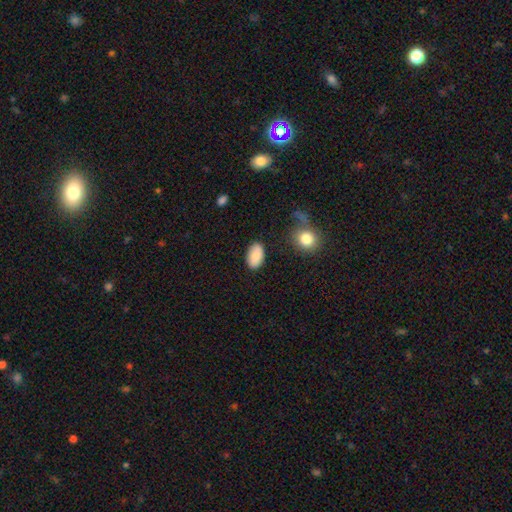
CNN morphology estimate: Smooth or featured? Predicted: smooth (p=0.87). How rounded? Predicted: in between (p=0.93). Merging? Predicted: none (p=0.83).